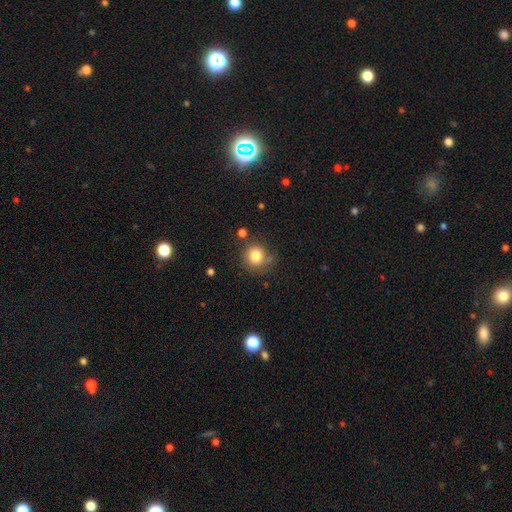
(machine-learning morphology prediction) Smooth or featured: smooth — 81% (star or artifact — 11%)
How rounded: round — 89% (in between — 10%)
Merging: none — 74% (minor disturbance — 14%)